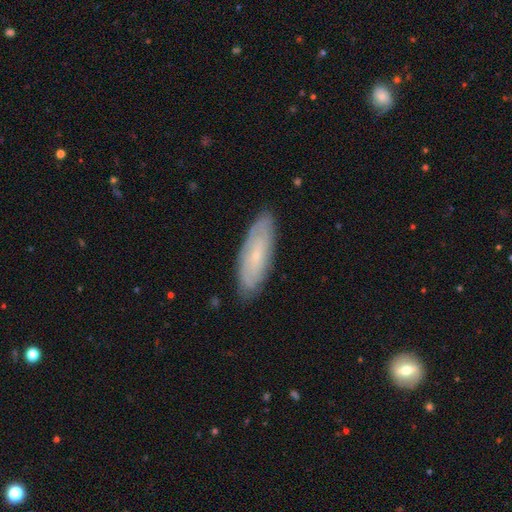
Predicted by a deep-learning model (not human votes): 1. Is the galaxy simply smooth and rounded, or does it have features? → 48% featured or disk, 44% smooth, 7% star or artifact.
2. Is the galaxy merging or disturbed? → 84% none, 12% minor disturbance, 2% major disturbance, 1% merger.